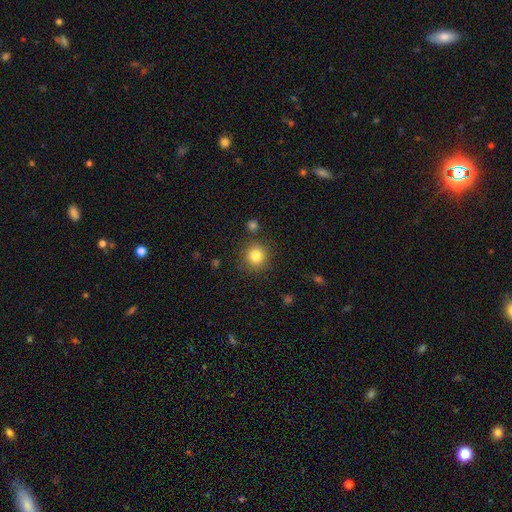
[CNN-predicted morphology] A smooth galaxy with no disk features (83%) that is round (93%).

Vote fractions:
- Smooth or featured? smooth: 83% / star or artifact: 11% / featured or disk: 6%
- How rounded? round: 93% / in between: 6% / cigar-shaped: 1%
- Merging? none: 87% / minor disturbance: 7% / merger: 3% / major disturbance: 3%